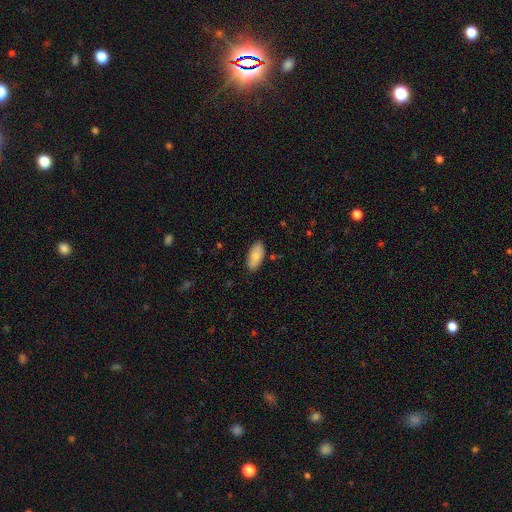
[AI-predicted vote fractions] This appears to be a smooth galaxy with no disk features (84%) that is in between round and cigar-shaped (90%). Merging: none (85%).